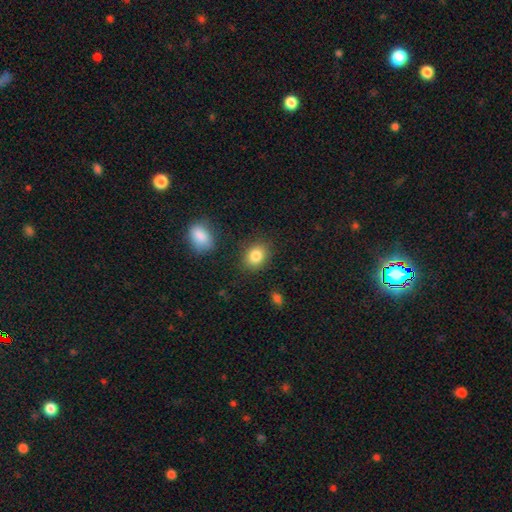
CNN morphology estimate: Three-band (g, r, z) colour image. It shows a smooth galaxy with no disk features (85%) that is in between round and cigar-shaped (54%). Merging: none (83%).